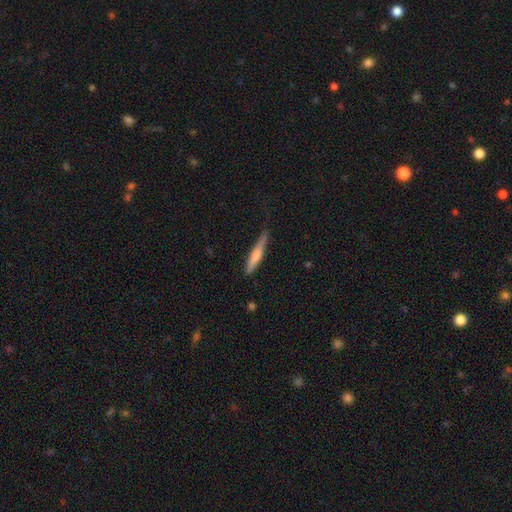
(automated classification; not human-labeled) Smooth or featured: smooth — 53% (featured or disk — 42%)
How rounded: cigar-shaped — 92% (in between — 7%)
Merging: none — 76% (minor disturbance — 19%)